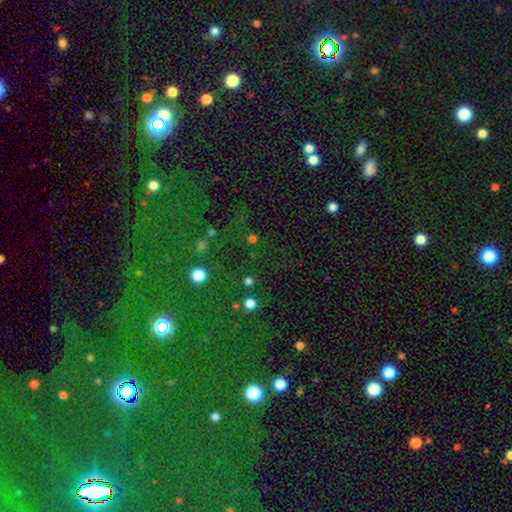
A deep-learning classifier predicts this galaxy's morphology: star or artifact 78%, smooth 15%, featured or disk 7%.